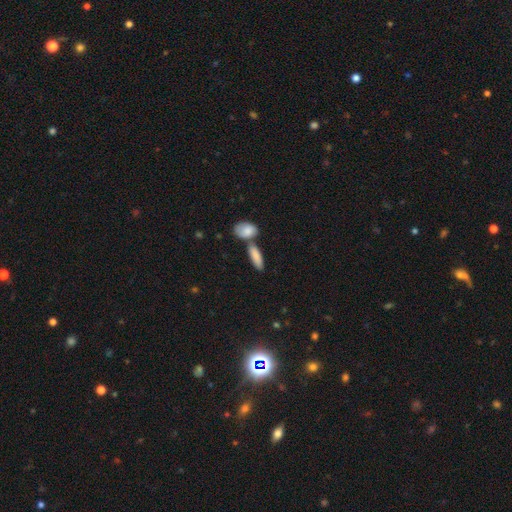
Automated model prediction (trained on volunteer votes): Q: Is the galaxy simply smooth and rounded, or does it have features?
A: smooth — 85%.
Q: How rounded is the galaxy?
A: in between — 67%.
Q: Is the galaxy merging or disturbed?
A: none — 51%.